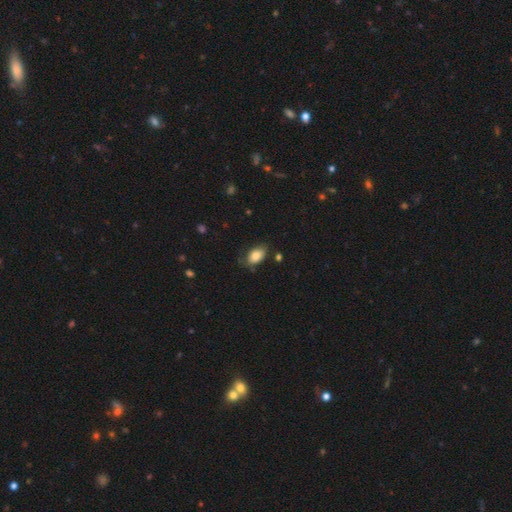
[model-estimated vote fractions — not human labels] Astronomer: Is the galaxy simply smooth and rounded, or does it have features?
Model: smooth — 80%.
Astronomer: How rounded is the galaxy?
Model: in between — 90%.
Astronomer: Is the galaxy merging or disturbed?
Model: none — 63%.